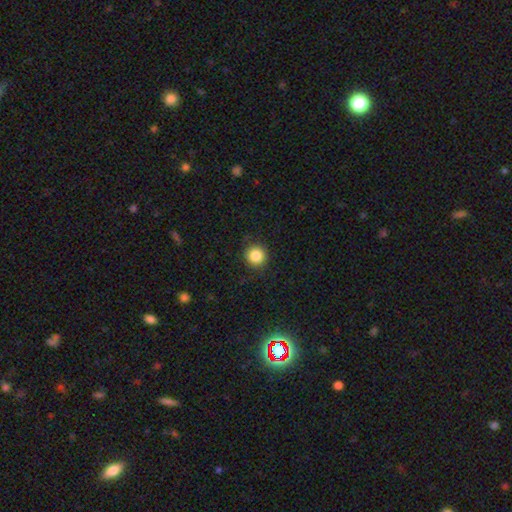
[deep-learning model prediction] Morphology: type=smooth (85%); roundness=round (94%); merging=none (90%).